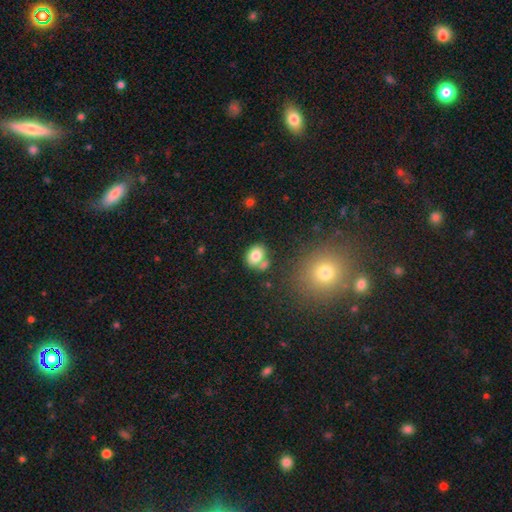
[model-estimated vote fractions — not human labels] Smooth or featured? smooth (80%)
How rounded? in between (58%)
Merging? none (54%)